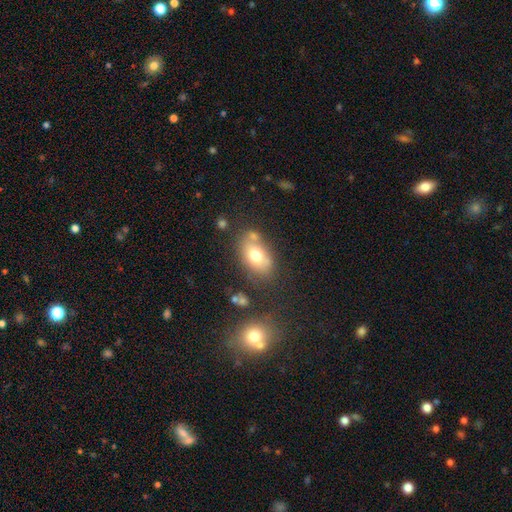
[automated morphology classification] Smooth or featured? Predicted: smooth (p=0.70). How rounded? Predicted: in between (p=0.82). Merging? Predicted: none (p=0.61).